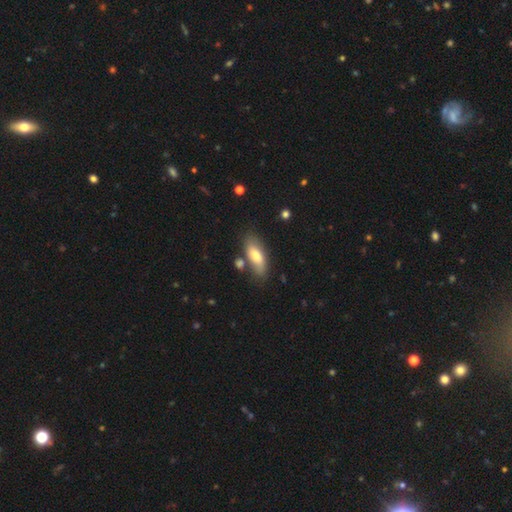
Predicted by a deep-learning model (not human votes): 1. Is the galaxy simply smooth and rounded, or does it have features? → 71% smooth, 23% featured or disk, 6% star or artifact.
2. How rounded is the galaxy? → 78% in between, 19% cigar-shaped, 3% round.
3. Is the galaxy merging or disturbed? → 70% none, 17% minor disturbance, 9% merger, 5% major disturbance.